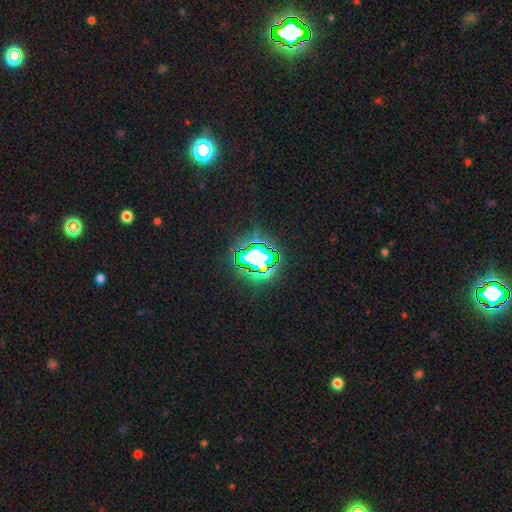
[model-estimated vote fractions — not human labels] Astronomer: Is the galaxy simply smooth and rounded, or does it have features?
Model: star or artifact — 65%.